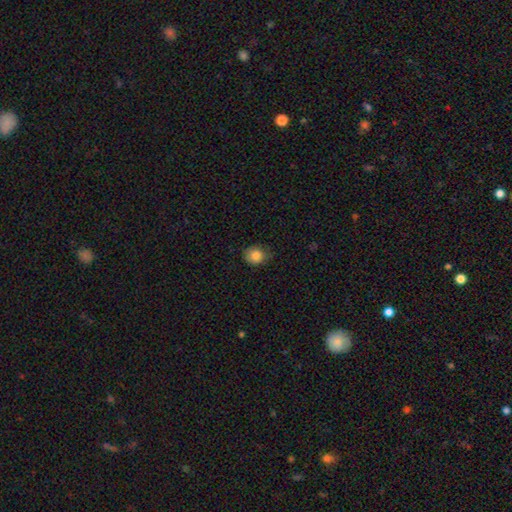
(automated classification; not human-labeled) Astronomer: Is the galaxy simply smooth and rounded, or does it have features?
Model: smooth — 84%.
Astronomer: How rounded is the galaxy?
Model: round — 70%.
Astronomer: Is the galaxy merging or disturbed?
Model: none — 76%.